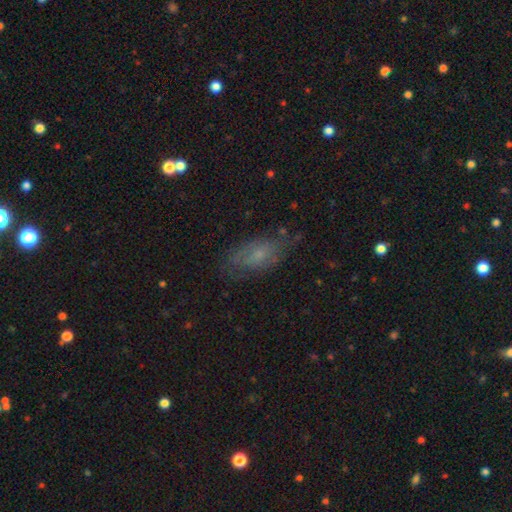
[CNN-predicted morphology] Smooth or featured: smooth — 49% (featured or disk — 38%)
Merging: none — 67% (minor disturbance — 21%)